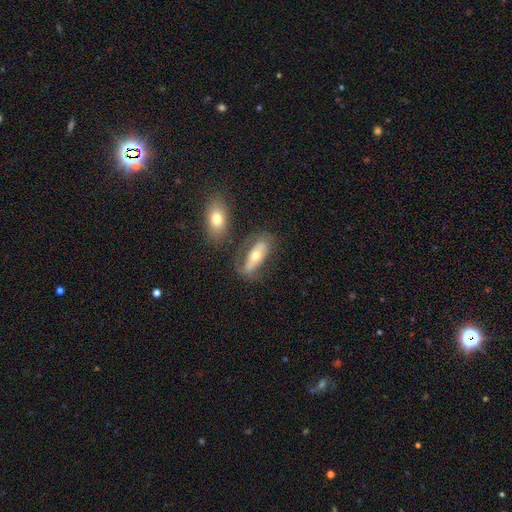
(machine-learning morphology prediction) Smooth or featured? smooth (47%)
Merging? none (58%)